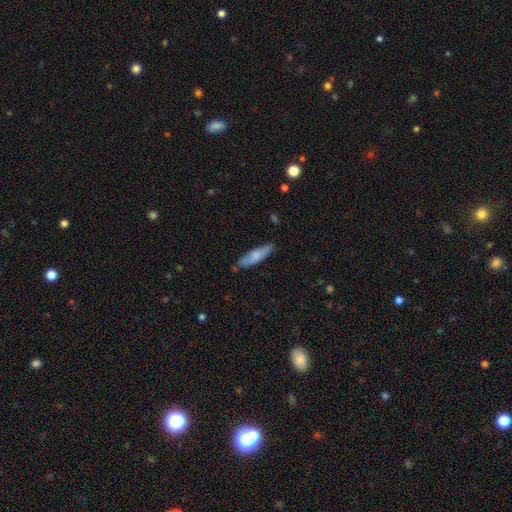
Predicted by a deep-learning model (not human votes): Smooth or featured?
  - smooth: 68% *
  - featured or disk: 26%
  - star or artifact: 6%
How rounded?
  - cigar-shaped: 68% *
  - in between: 30%
  - round: 2%
Merging?
  - none: 77% *
  - minor disturbance: 18%
  - major disturbance: 3%
  - merger: 2%